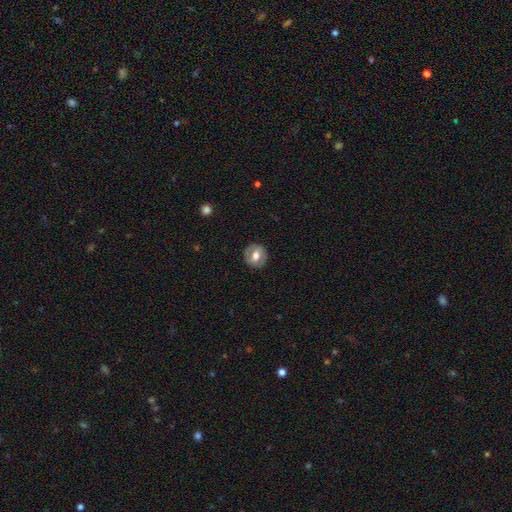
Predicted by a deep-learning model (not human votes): Smooth or featured: smooth — 56% (featured or disk — 37%)
How rounded: round — 84% (in between — 15%)
Merging: none — 87% (minor disturbance — 9%)